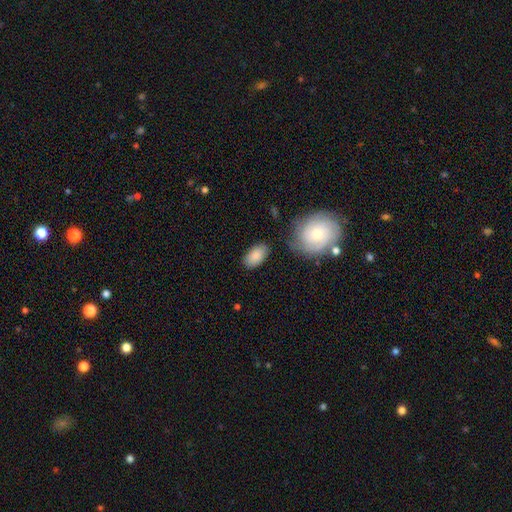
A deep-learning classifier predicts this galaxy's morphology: A smooth galaxy with no disk features (84%) that is in between round and cigar-shaped (92%).

Vote fractions:
- Smooth or featured? smooth: 84% / featured or disk: 10% / star or artifact: 6%
- How rounded? in between: 92% / round: 6% / cigar-shaped: 2%
- Merging? none: 78% / minor disturbance: 14% / merger: 5% / major disturbance: 4%